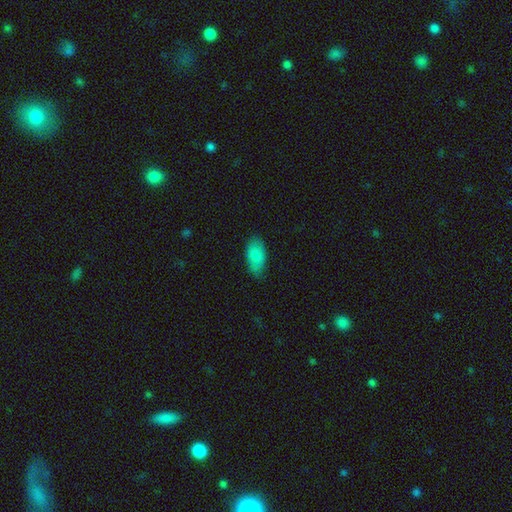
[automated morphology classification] Smooth or featured? smooth (85%)
How rounded? in between (94%)
Merging? none (76%)